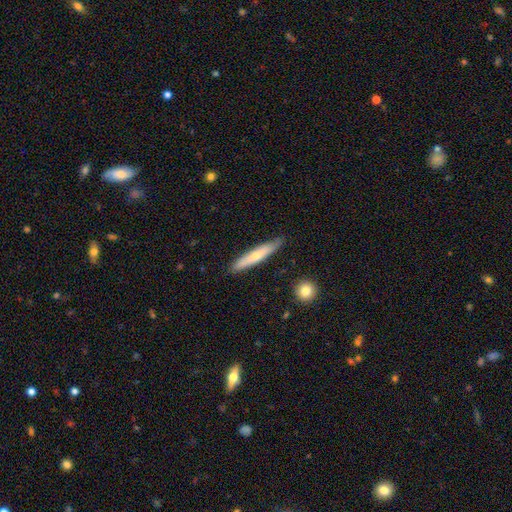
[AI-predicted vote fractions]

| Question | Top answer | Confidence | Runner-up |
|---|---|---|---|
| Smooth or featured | smooth | 56% | featured or disk (38%) |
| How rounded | cigar-shaped | 91% | in between (8%) |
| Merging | none | 84% | minor disturbance (12%) |